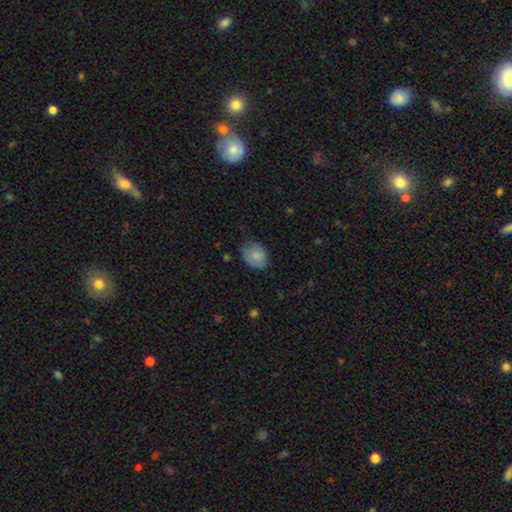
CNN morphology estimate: smooth-or-featured: smooth: 81% | featured or disk: 12% | star or artifact: 7%
  how-rounded: in between: 62% | round: 37% | cigar-shaped: 1%
  merging: none: 62% | minor disturbance: 30% | major disturbance: 7% | merger: 1%